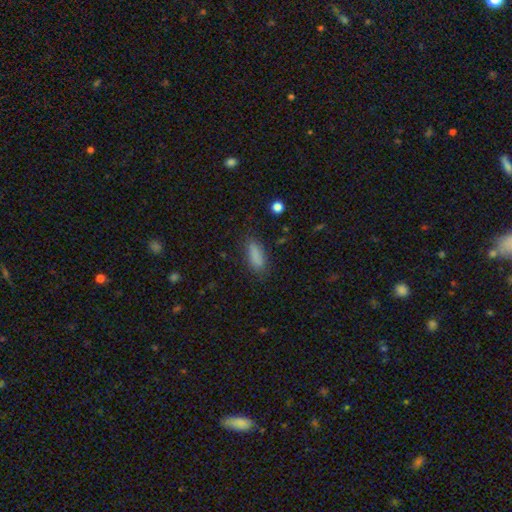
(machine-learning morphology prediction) Smooth or featured?
  - smooth: 84% *
  - star or artifact: 9%
  - featured or disk: 7%
How rounded?
  - in between: 66% *
  - cigar-shaped: 31%
  - round: 3%
Merging?
  - none: 77% *
  - minor disturbance: 16%
  - major disturbance: 5%
  - merger: 2%